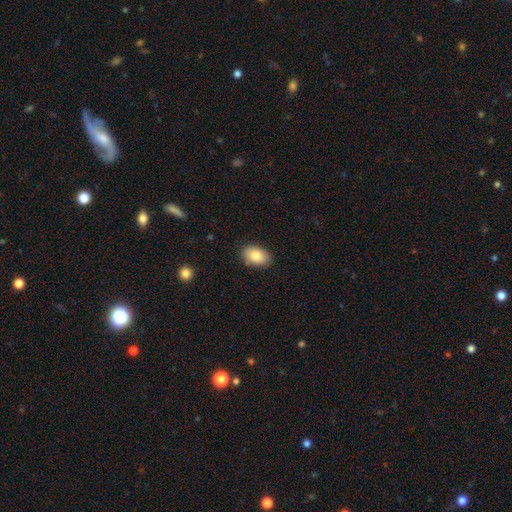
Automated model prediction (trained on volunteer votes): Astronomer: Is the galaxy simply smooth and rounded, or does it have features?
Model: smooth — 83%.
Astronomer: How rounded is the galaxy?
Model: in between — 87%.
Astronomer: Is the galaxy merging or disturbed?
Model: none — 87%.